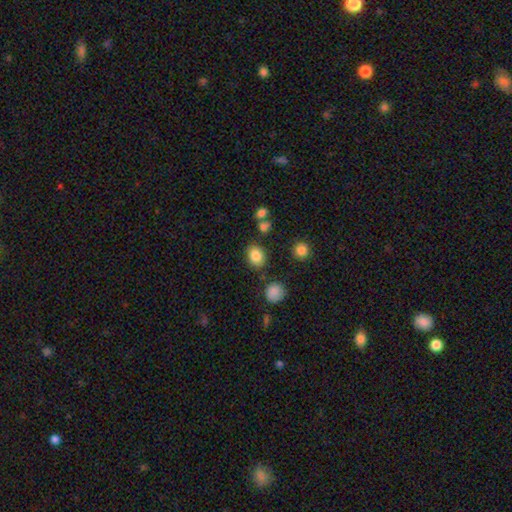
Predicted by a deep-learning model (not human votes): Smooth or featured? Predicted: smooth (p=0.83). How rounded? Predicted: in between (p=0.54). Merging? Predicted: none (p=0.79).